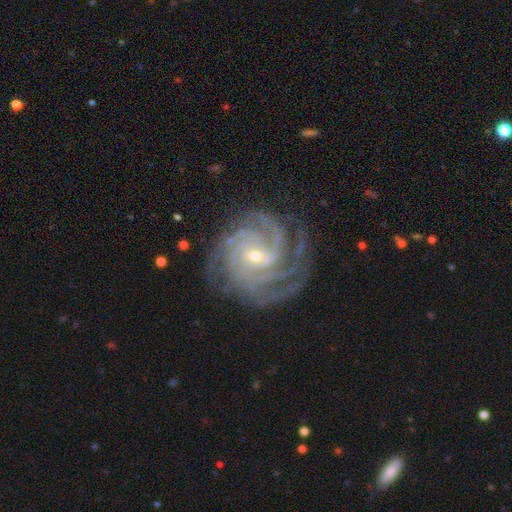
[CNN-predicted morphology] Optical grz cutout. It shows a featured or disk galaxy (92%) with a weak bar (45%), 4 (36%) tight (73%) spiral arms (99%) and a small central bulge (69%). Merging: none (79%).